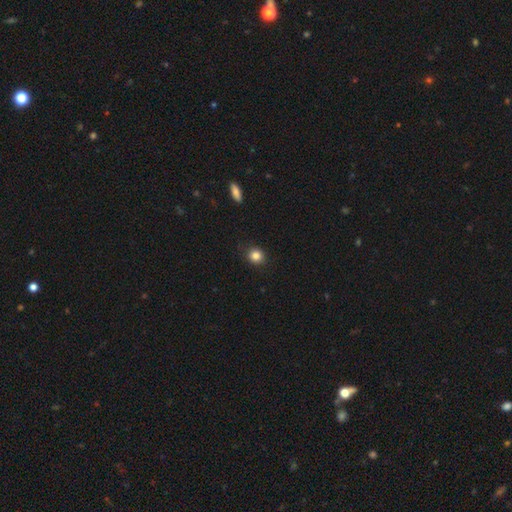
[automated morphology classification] smooth-or-featured: smooth: 85% | star or artifact: 11% | featured or disk: 4%
  how-rounded: round: 85% | in between: 14% | cigar-shaped: 1%
  merging: none: 87% | minor disturbance: 9% | major disturbance: 2% | merger: 1%